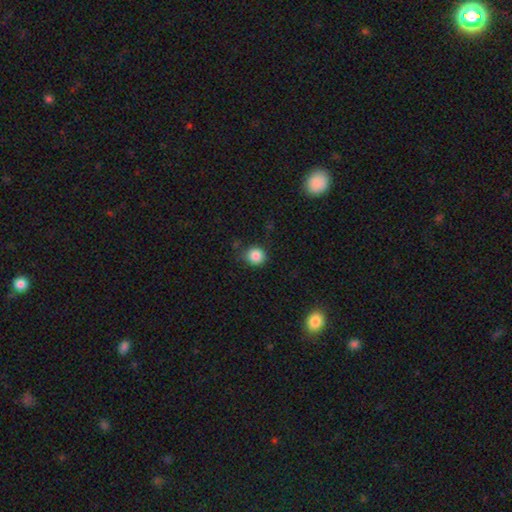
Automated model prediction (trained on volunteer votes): Morphology: type=smooth (86%); roundness=round (91%); merging=none (80%).